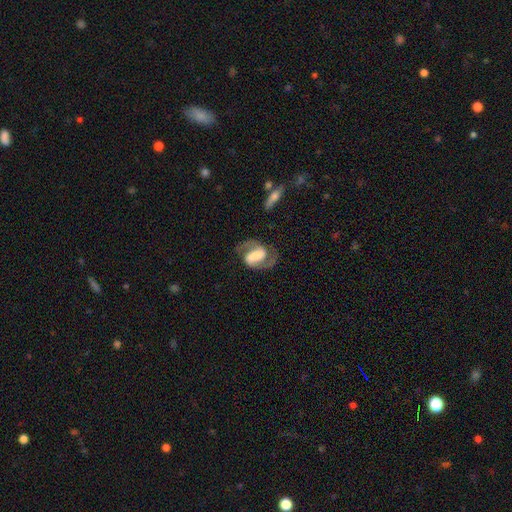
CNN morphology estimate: This appears to be a featured or disk galaxy (83%) with a strong bar (40%), 2 (91%) medium (55%) spiral arms (95%) and a large central bulge (31%). Merging: none (70%).